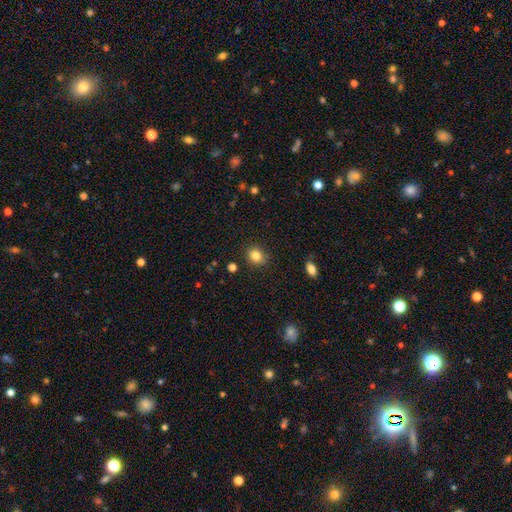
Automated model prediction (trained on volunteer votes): A smooth galaxy with no disk features (83%) that is round (76%).

Vote fractions:
- Smooth or featured? smooth: 83% / star or artifact: 11% / featured or disk: 6%
- How rounded? round: 76% / in between: 23% / cigar-shaped: 1%
- Merging? none: 86% / minor disturbance: 10% / major disturbance: 2% / merger: 2%